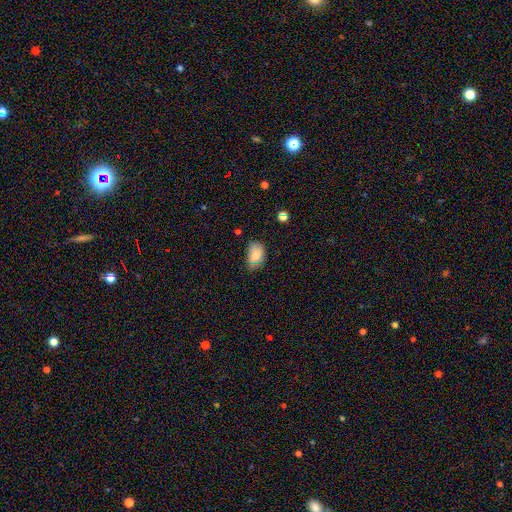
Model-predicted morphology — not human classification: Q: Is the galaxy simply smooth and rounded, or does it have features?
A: smooth — 77%.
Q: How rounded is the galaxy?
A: in between — 83%.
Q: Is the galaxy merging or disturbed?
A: none — 59%.